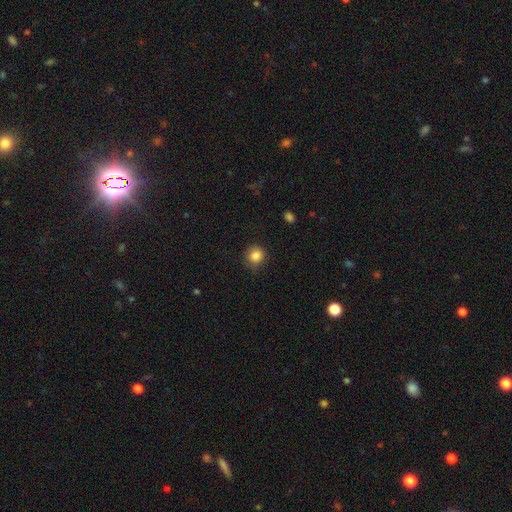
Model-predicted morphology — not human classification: Smooth or featured? Predicted: smooth (p=0.85). How rounded? Predicted: round (p=0.90). Merging? Predicted: none (p=0.84).